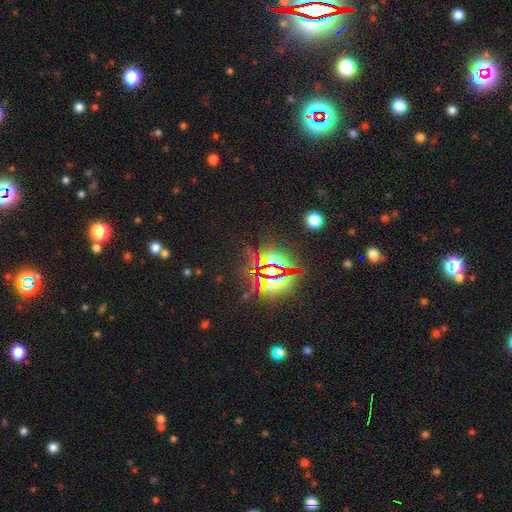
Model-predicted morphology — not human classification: A star or artifact, not a galaxy (84%).